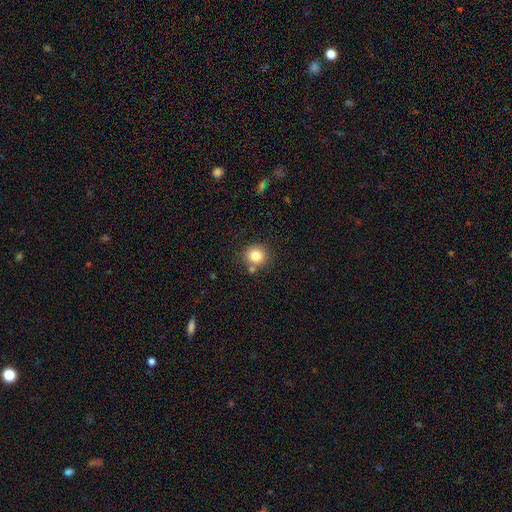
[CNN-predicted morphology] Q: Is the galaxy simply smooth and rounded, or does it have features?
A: smooth — 82%.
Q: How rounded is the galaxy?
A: round — 88%.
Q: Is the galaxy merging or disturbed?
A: none — 75%.